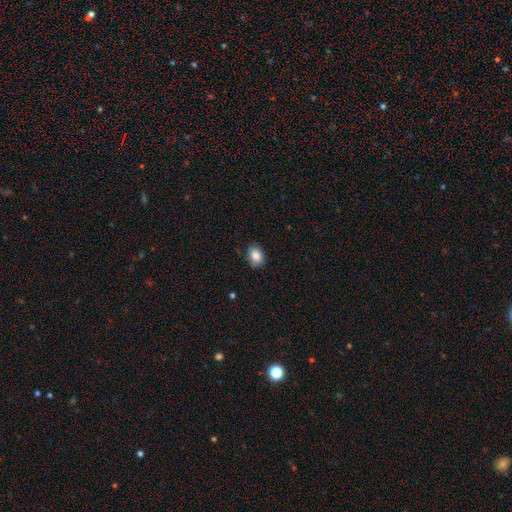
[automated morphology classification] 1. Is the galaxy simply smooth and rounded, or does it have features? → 86% smooth, 8% star or artifact, 6% featured or disk.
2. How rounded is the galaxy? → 73% in between, 26% round, 1% cigar-shaped.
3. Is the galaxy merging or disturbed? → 83% none, 13% minor disturbance, 2% major disturbance, 1% merger.